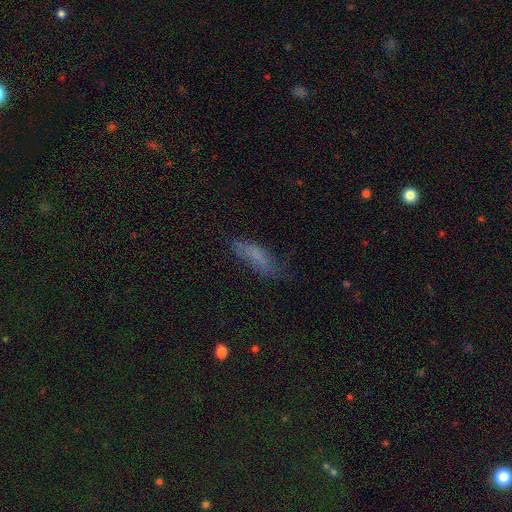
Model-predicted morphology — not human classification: This appears to be a smooth galaxy with no disk features (67%) that is in between round and cigar-shaped (49%, tied with cigar-shaped). Merging: none (56%).